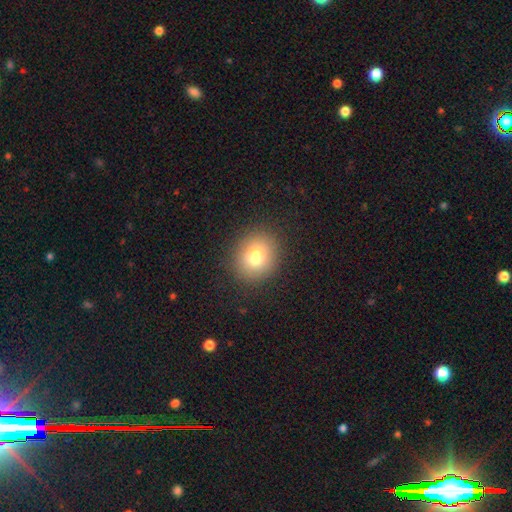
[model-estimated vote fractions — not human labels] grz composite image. It shows a smooth galaxy with no disk features (76%) that is round (78%). Merging: none (89%).